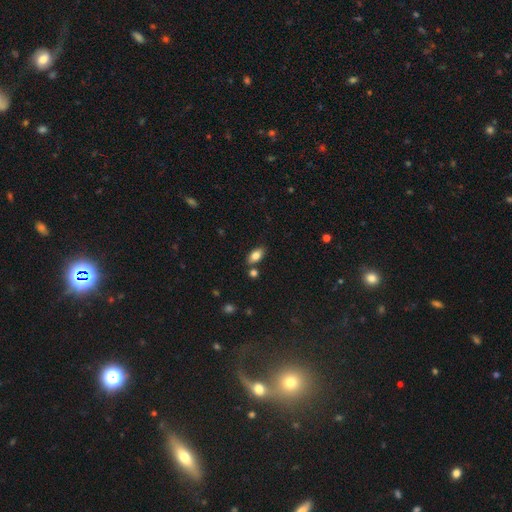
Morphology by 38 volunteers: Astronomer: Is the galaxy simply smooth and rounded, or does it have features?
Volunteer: smooth — 82%.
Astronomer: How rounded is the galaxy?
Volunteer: in between — 87%.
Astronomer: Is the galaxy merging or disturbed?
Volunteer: none — 80%.